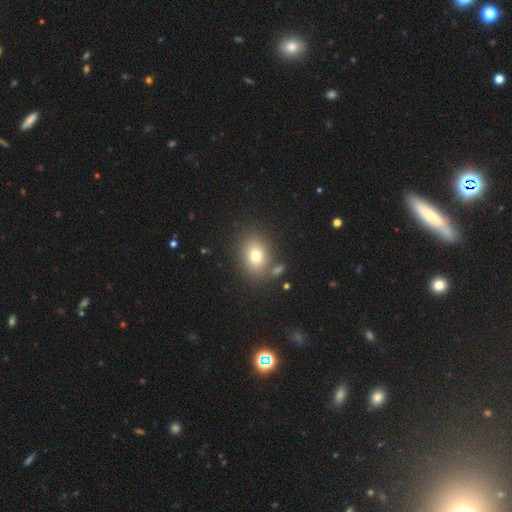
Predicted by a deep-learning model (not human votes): Smooth or featured?
  - smooth: 75% *
  - featured or disk: 13%
  - star or artifact: 12%
How rounded?
  - in between: 59% *
  - round: 40%
  - cigar-shaped: 1%
Merging?
  - none: 76% *
  - minor disturbance: 10%
  - merger: 10%
  - major disturbance: 4%